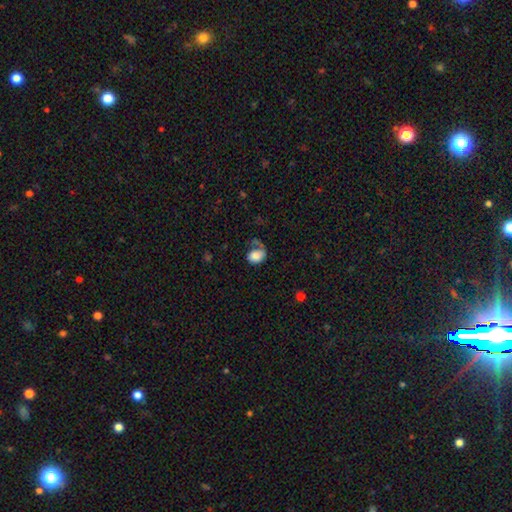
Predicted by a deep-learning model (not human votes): Smooth or featured: smooth — 74% (featured or disk — 18%)
How rounded: in between — 69% (round — 30%)
Merging: none — 36% (major disturbance — 31%)